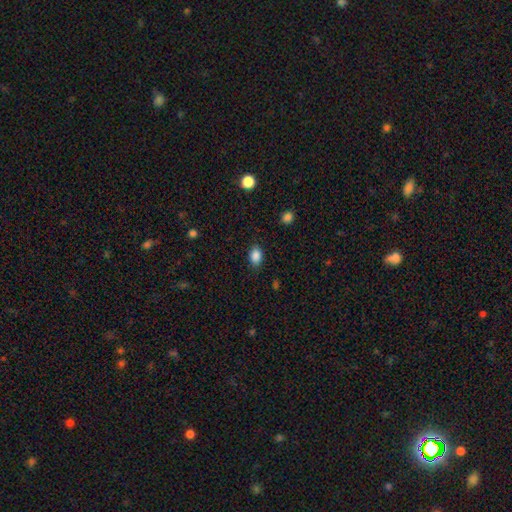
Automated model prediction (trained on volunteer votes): This is clearly a smooth galaxy (87%). How rounded: likely in between (79%). Merging: clearly none (83%).